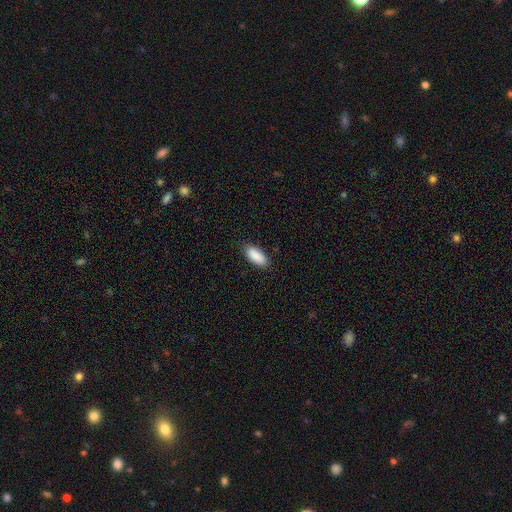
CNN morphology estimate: smooth_or_featured: smooth (p=0.91) [alt: star or artifact p=0.06]
how_rounded: in between (p=0.88) [alt: cigar-shaped p=0.11]
merging: none (p=0.87) [alt: minor disturbance p=0.10]